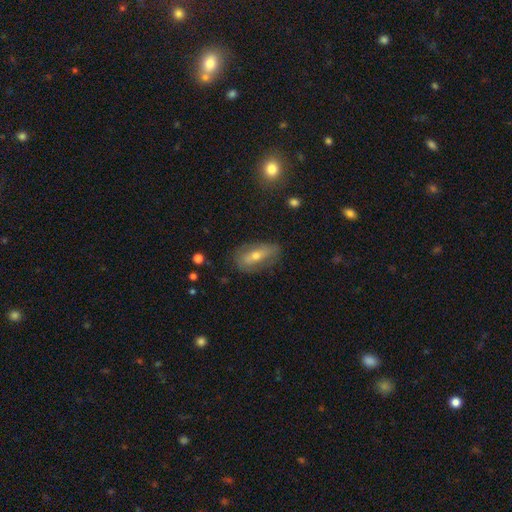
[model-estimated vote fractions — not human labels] Smooth or featured: featured or disk — 49% (smooth — 42%)
Merging: none — 70% (minor disturbance — 20%)